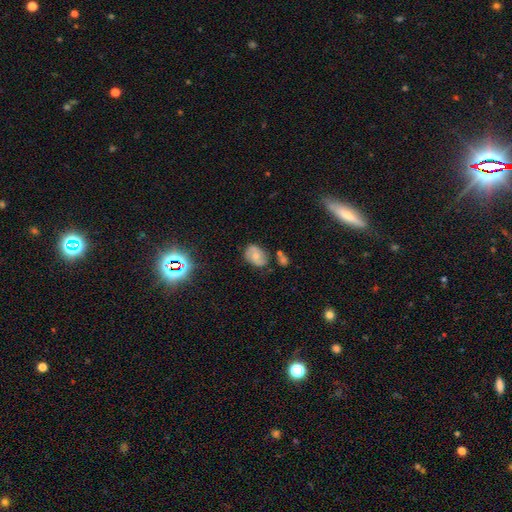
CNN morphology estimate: Smooth or featured?
  - smooth: 49% *
  - featured or disk: 39%
  - star or artifact: 13%
Merging?
  - none: 65% *
  - minor disturbance: 22%
  - merger: 7%
  - major disturbance: 5%